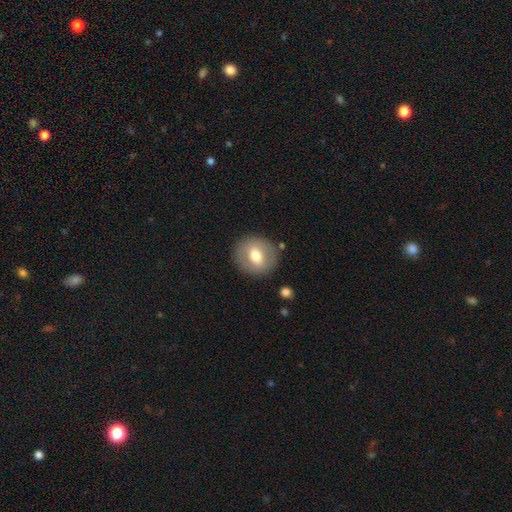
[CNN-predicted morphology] Q: Smooth or featured?
A: smooth (58%); runner-up: featured or disk (35%)
Q: How rounded?
A: round (78%); runner-up: in between (21%)
Q: Merging?
A: none (85%); runner-up: minor disturbance (9%)